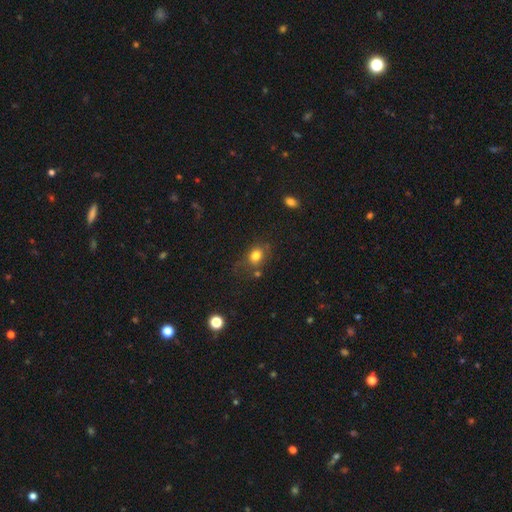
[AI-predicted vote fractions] Smooth or featured?
  - smooth: 79% *
  - star or artifact: 12%
  - featured or disk: 9%
How rounded?
  - round: 55% *
  - in between: 44%
  - cigar-shaped: 1%
Merging?
  - none: 65% *
  - minor disturbance: 20%
  - major disturbance: 8%
  - merger: 7%